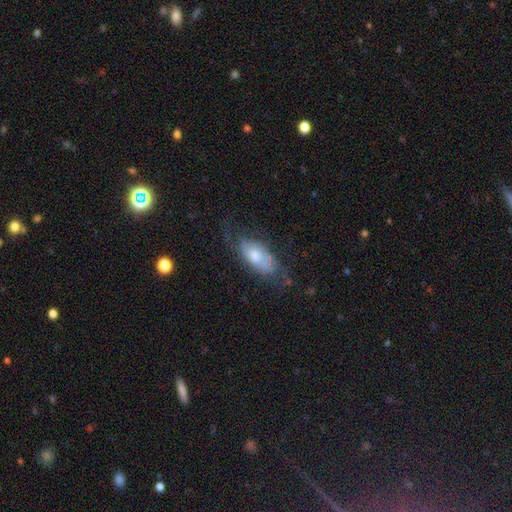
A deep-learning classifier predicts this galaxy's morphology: A featured or disk galaxy (46%, tied with smooth). Merging: none (48%).